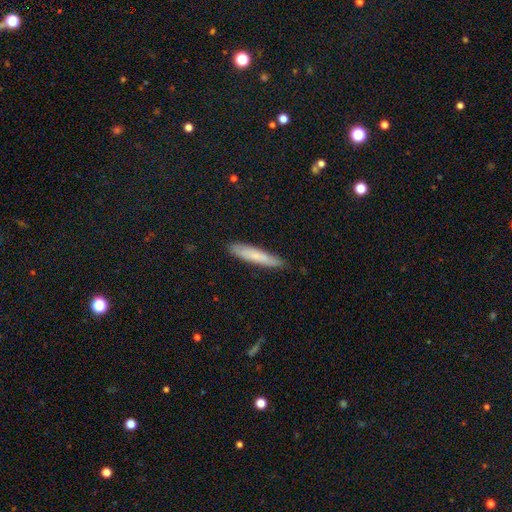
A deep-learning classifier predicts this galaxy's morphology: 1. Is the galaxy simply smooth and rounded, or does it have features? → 71% smooth, 23% featured or disk, 6% star or artifact.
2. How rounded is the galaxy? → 90% cigar-shaped, 9% in between, 1% round.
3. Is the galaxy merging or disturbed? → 84% none, 12% minor disturbance, 2% major disturbance, 1% merger.